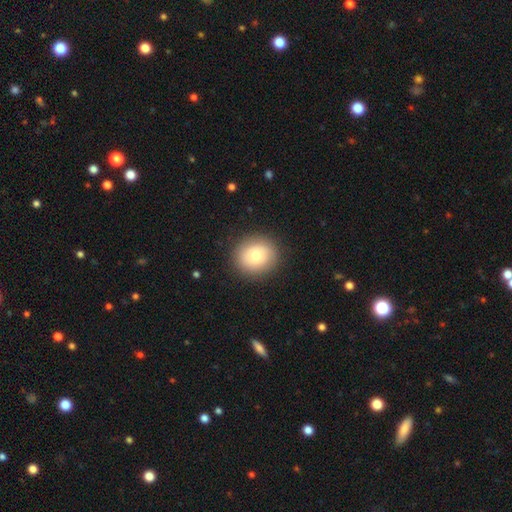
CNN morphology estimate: The model was most divided on "smooth or featured": smooth: 74%, featured or disk: 17%, star or artifact: 9%. More confident: merging — none (88%); how rounded — round (86%).